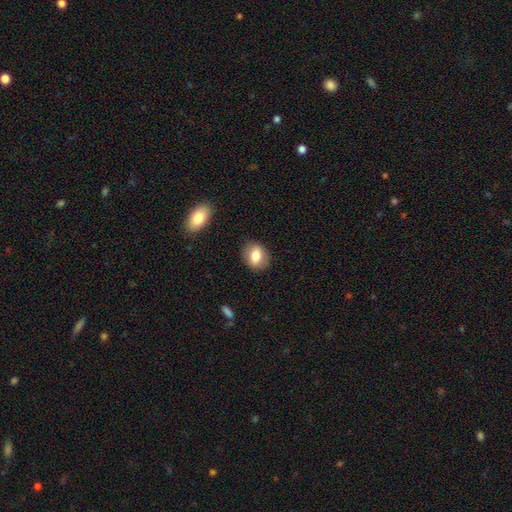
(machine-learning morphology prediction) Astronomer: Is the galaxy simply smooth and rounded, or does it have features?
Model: smooth — 77%.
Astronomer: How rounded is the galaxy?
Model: in between — 56% (runner-up: round, 42%).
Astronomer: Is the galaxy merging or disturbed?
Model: none — 85%.